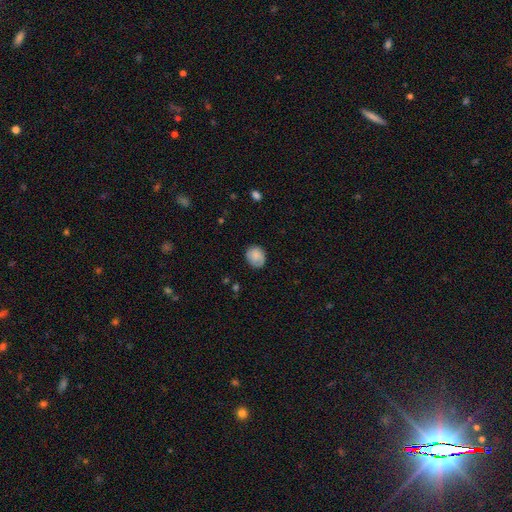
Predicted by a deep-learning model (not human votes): Smooth or featured? smooth (81%)
How rounded? round (69%)
Merging? none (77%)